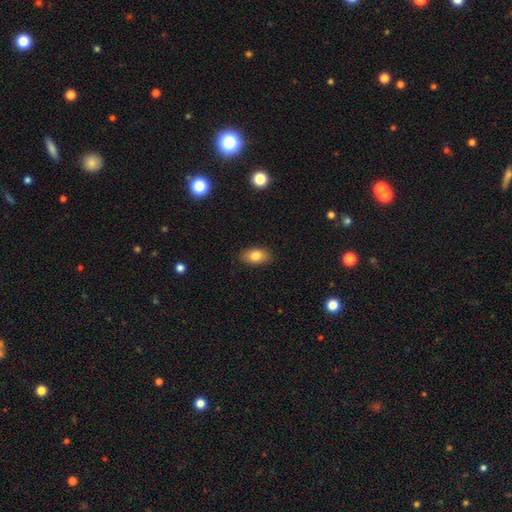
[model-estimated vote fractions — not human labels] smooth_or_featured: smooth (p=0.82) [alt: featured or disk p=0.10]
how_rounded: in between (p=0.91) [alt: round p=0.06]
merging: none (p=0.88) [alt: minor disturbance p=0.09]